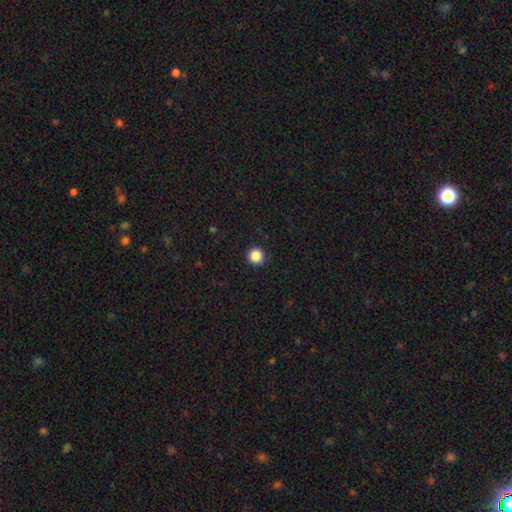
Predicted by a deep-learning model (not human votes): Smooth or featured: smooth — 87% (star or artifact — 10%)
How rounded: round — 96% (in between — 3%)
Merging: none — 93% (minor disturbance — 5%)